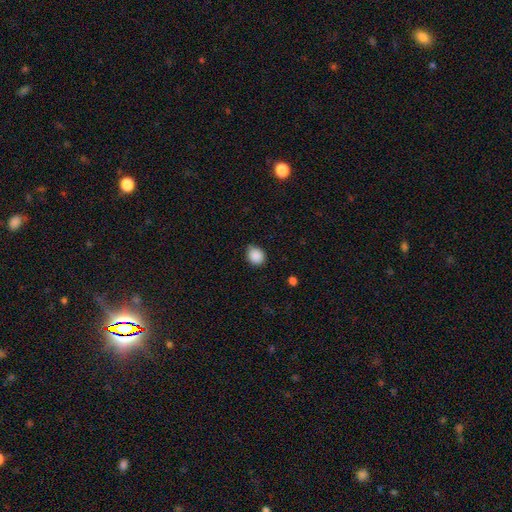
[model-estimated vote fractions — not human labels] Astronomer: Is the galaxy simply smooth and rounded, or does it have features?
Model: smooth — 88%.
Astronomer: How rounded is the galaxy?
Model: round — 59% (runner-up: in between, 40%).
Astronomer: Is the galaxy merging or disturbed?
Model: none — 73%.